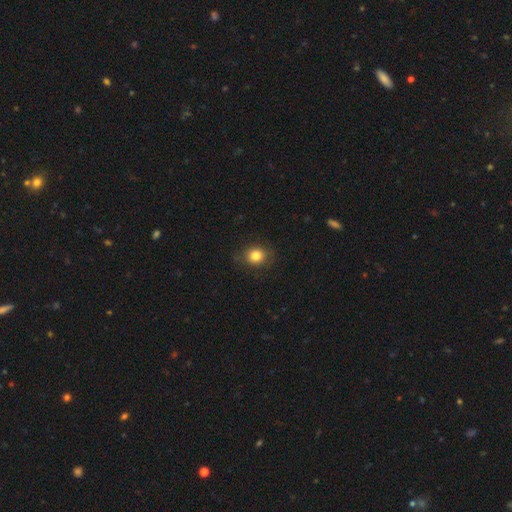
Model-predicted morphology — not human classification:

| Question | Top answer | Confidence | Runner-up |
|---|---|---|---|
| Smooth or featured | smooth | 83% | star or artifact (11%) |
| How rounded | round | 72% | in between (27%) |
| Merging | none | 84% | minor disturbance (11%) |